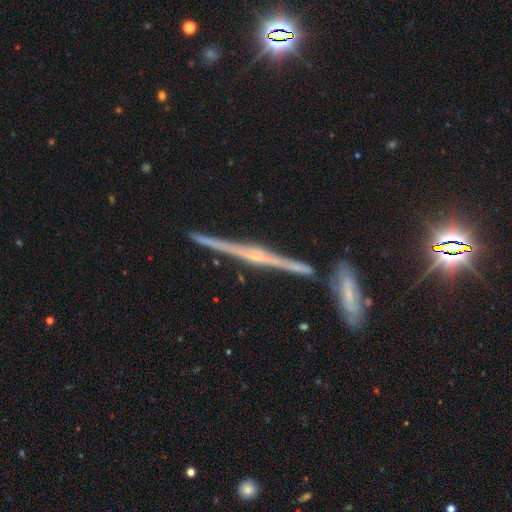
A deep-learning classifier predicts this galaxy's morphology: featured or disk 83%, smooth 8%, star or artifact 8%. Down the decision tree: edge-on disk — yes (98%); edge-on bulge — rounded (69%); merging — none (83%).